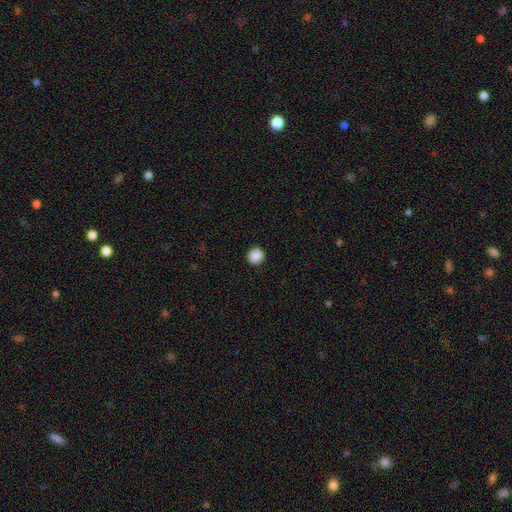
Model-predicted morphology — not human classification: smooth 88%, star or artifact 9%, featured or disk 3%. Down the decision tree: how rounded — round (91%); merging — none (91%).